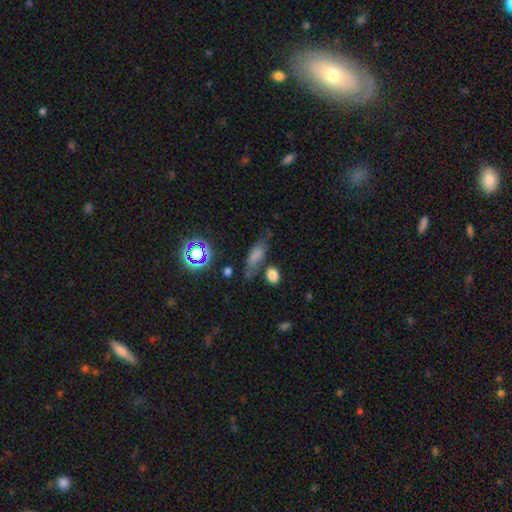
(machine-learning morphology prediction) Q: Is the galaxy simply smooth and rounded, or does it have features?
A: smooth — 65%.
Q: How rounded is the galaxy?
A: in between — 63%.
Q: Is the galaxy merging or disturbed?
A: none — 56%.